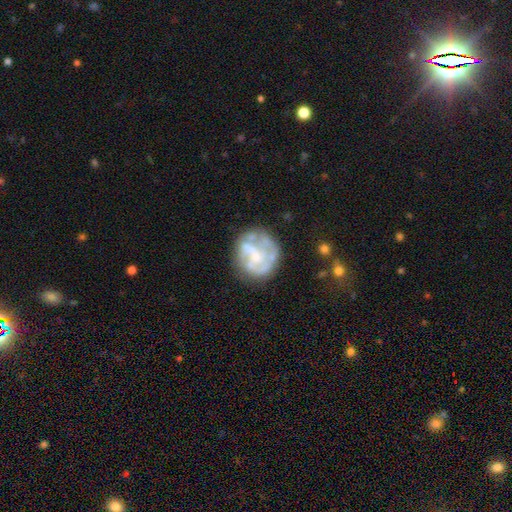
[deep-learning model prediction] Q: Smooth or featured?
A: featured or disk (70%); runner-up: smooth (22%)
Q: Edge-on disk?
A: no (98%); runner-up: yes (2%)
Q: Bar?
A: no (65%); runner-up: weak (28%)
Q: Spiral arms?
A: yes (53%); runner-up: no (47%)
Q: Bulge size?
A: small (41%); runner-up: moderate (28%)
Q: Merging?
A: none (57%); runner-up: minor disturbance (20%)